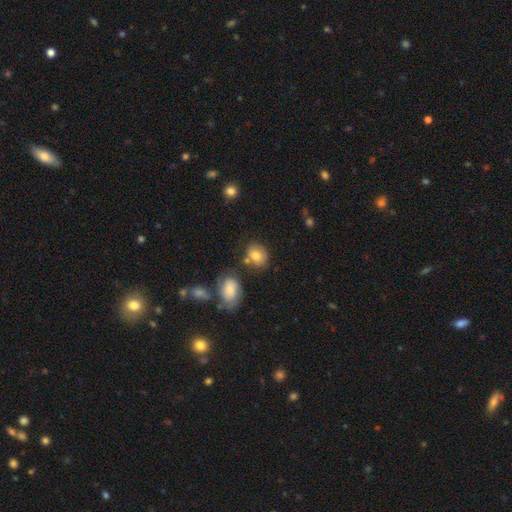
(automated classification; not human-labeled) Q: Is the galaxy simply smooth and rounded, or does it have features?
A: smooth — 79%.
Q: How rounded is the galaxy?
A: round — 57%.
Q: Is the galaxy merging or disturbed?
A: none — 66%.